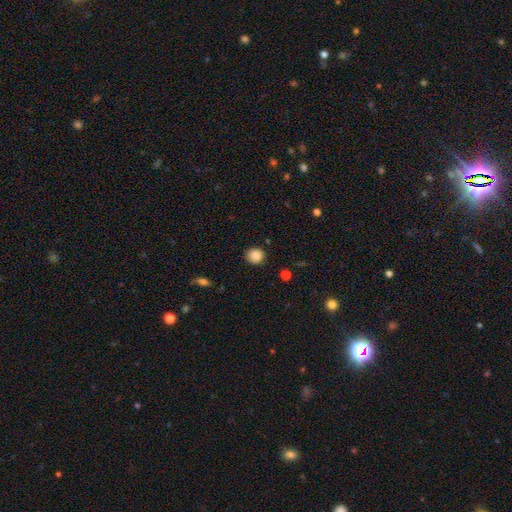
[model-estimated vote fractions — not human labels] Smooth or featured?
  - smooth: 87% *
  - star or artifact: 9%
  - featured or disk: 3%
How rounded?
  - round: 87% *
  - in between: 12%
  - cigar-shaped: 1%
Merging?
  - none: 86% *
  - minor disturbance: 10%
  - major disturbance: 3%
  - merger: 1%